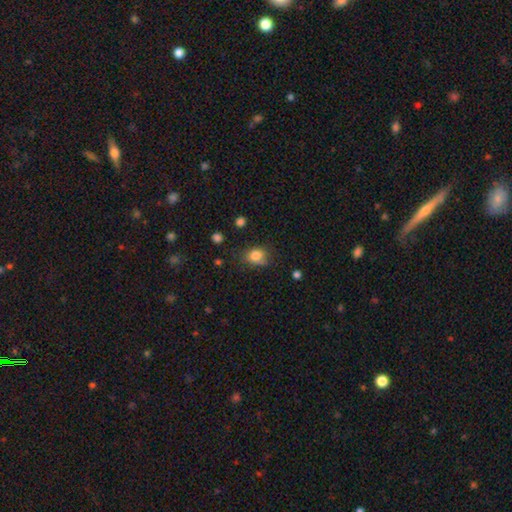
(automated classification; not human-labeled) The model was most divided on "how rounded": round: 50%, in between: 49%, cigar-shaped: 1%. More confident: smooth or featured — smooth (81%); merging — none (65%).